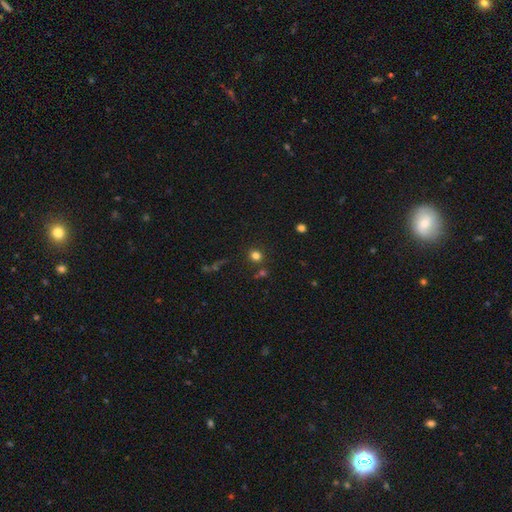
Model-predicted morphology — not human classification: Q: Smooth or featured?
A: smooth (77%); runner-up: star or artifact (17%)
Q: How rounded?
A: round (87%); runner-up: in between (12%)
Q: Merging?
A: none (81%); runner-up: minor disturbance (8%)